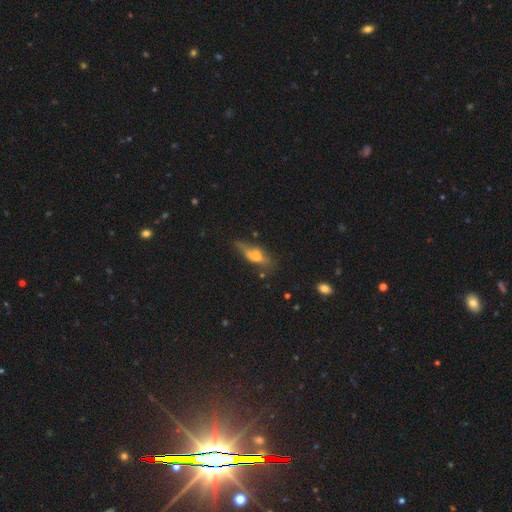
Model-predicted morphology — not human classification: smooth-or-featured: smooth: 48% | featured or disk: 42% | star or artifact: 10%
  merging: none: 46% | minor disturbance: 30% | major disturbance: 17% | merger: 6%